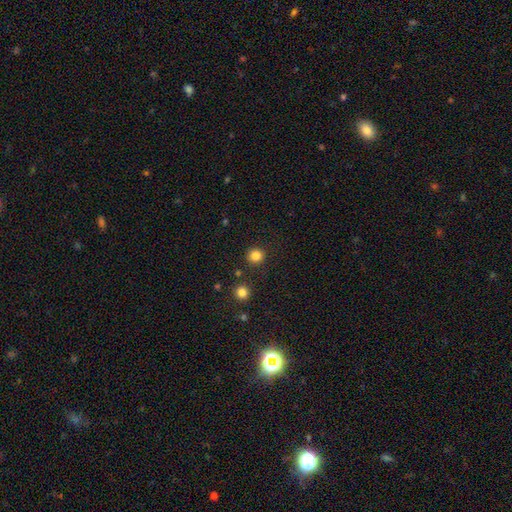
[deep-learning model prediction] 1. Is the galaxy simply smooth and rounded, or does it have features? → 83% smooth, 13% star or artifact, 4% featured or disk.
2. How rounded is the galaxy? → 92% round, 7% in between, 1% cigar-shaped.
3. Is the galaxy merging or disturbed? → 89% none, 6% minor disturbance, 3% merger, 2% major disturbance.